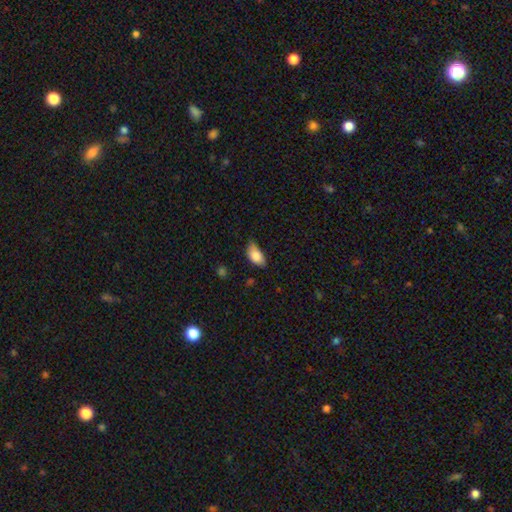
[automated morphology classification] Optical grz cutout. It shows a smooth galaxy with no disk features (83%) that is in between round and cigar-shaped (92%). Merging: none (56%).